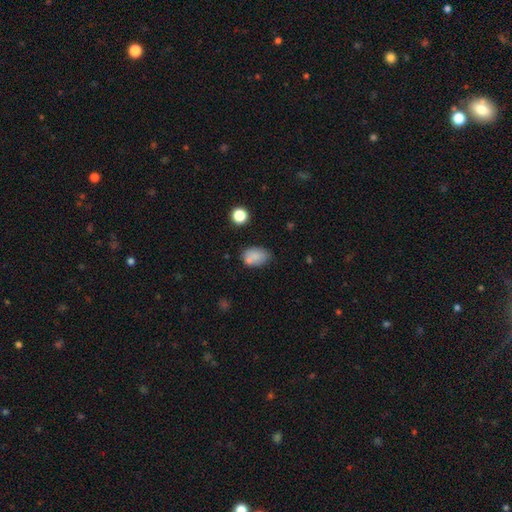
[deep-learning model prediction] A smooth galaxy with no disk features (79%) that is in between round and cigar-shaped (81%). Merging: none (56%).